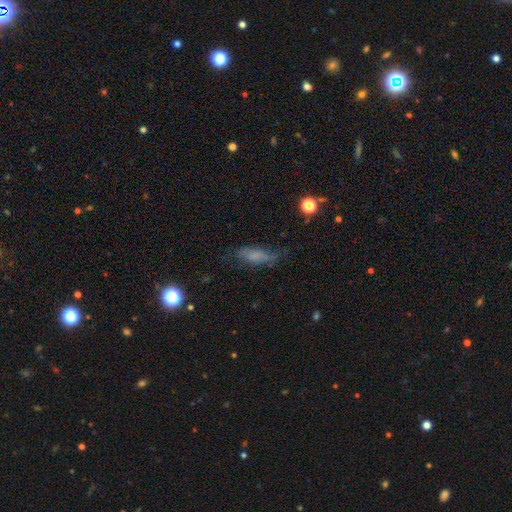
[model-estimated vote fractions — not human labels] Smooth or featured? smooth (58%)
How rounded? in between (55%)
Merging? none (57%)